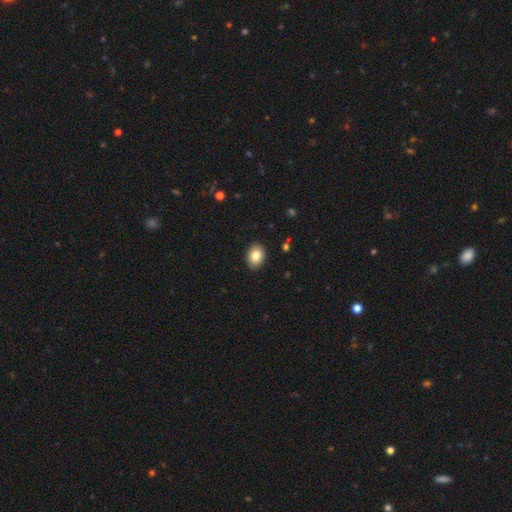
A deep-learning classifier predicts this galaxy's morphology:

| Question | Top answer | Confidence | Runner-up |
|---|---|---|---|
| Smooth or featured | smooth | 84% | featured or disk (8%) |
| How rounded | in between | 75% | round (24%) |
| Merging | none | 90% | minor disturbance (7%) |